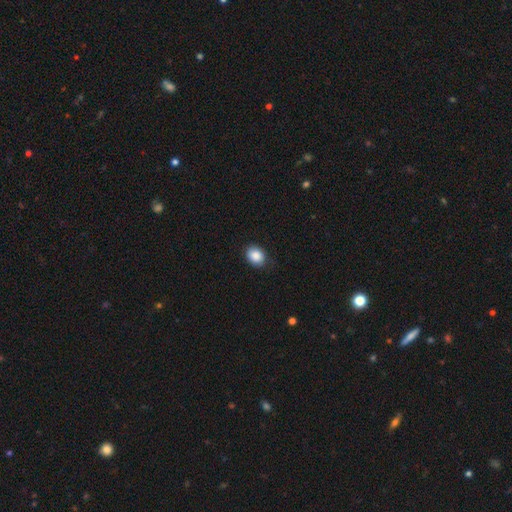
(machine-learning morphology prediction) This appears to be a smooth galaxy with no disk features (88%) that is in between round and cigar-shaped (61%). Merging: none (83%).